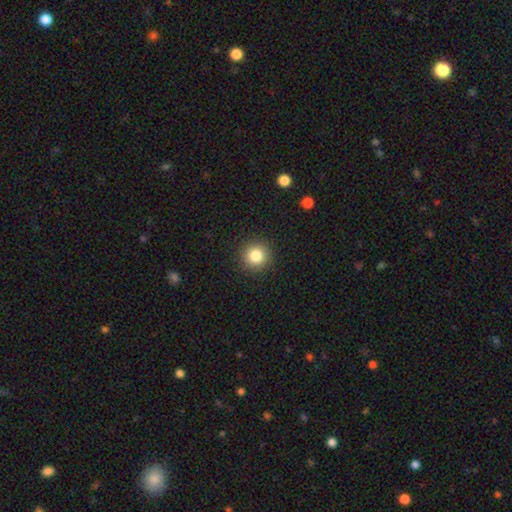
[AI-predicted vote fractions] This appears to be a smooth galaxy with no disk features (83%) that is round (95%). Merging: none (92%).